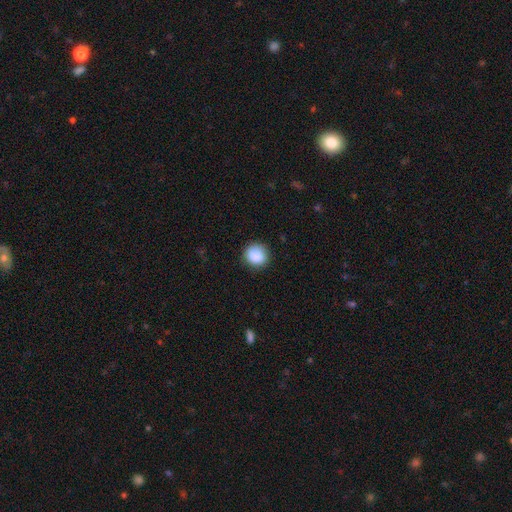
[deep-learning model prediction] A smooth galaxy with no disk features (88%) that is round (88%).

Vote fractions:
- Smooth or featured? smooth: 88% / star or artifact: 8% / featured or disk: 4%
- How rounded? round: 88% / in between: 11% / cigar-shaped: 1%
- Merging? none: 85% / minor disturbance: 11% / major disturbance: 2% / merger: 1%